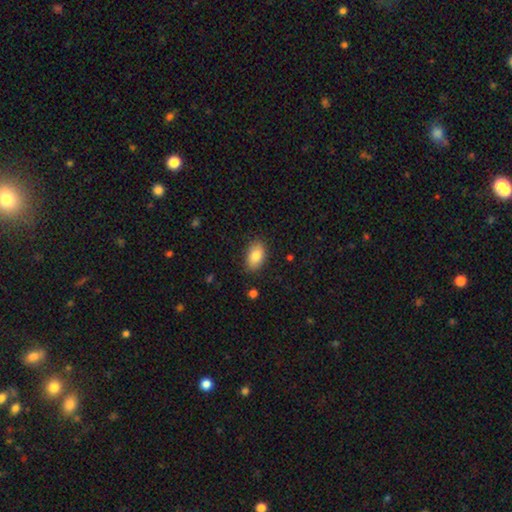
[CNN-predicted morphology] smooth_or_featured: smooth (p=0.84) [alt: featured or disk p=0.08]
how_rounded: in between (p=0.91) [alt: round p=0.07]
merging: none (p=0.85) [alt: minor disturbance p=0.11]